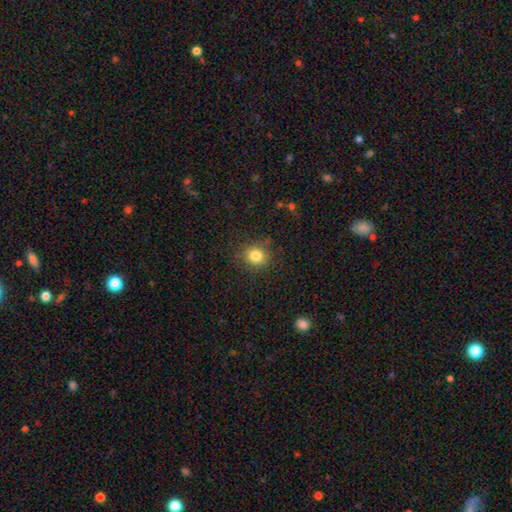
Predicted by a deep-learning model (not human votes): smooth 81%, star or artifact 12%, featured or disk 6%. Down the decision tree: how rounded — round (81%); merging — none (86%).